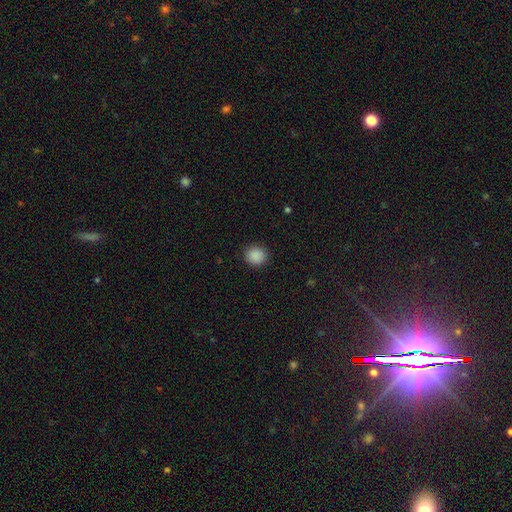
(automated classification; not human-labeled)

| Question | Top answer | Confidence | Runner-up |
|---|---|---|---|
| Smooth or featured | smooth | 88% | star or artifact (9%) |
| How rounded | round | 83% | in between (16%) |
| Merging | none | 90% | minor disturbance (7%) |